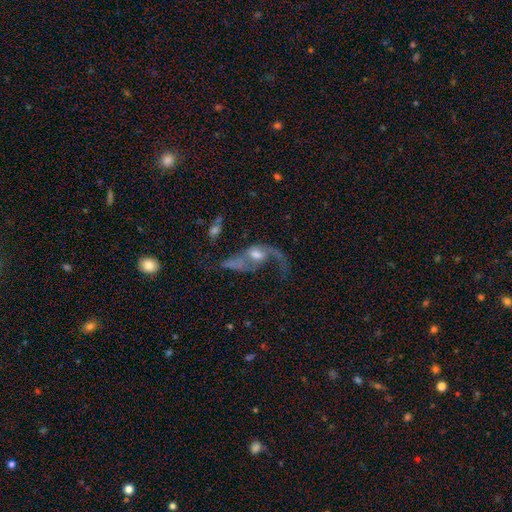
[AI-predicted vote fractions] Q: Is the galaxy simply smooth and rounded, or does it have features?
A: featured or disk — 71%.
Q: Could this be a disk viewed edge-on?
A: no — 93%.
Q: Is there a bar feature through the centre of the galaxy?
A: no — 71%.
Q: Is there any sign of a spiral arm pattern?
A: yes — 75%.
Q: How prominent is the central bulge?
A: moderate — 53%.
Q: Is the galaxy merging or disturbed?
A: major disturbance — 47%.